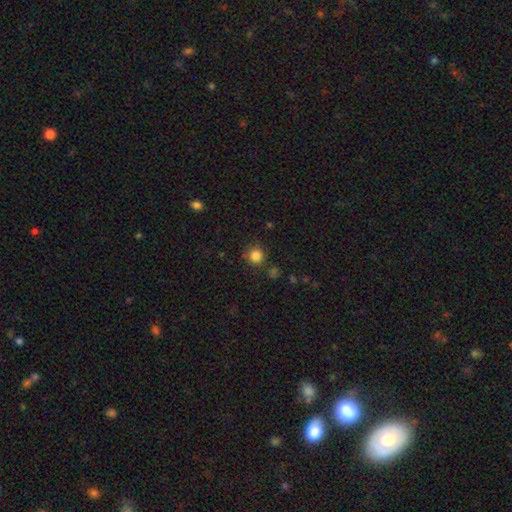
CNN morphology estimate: smooth-or-featured: smooth: 84% | star or artifact: 12% | featured or disk: 5%
  how-rounded: round: 93% | in between: 6% | cigar-shaped: 1%
  merging: none: 83% | minor disturbance: 9% | merger: 4% | major disturbance: 3%